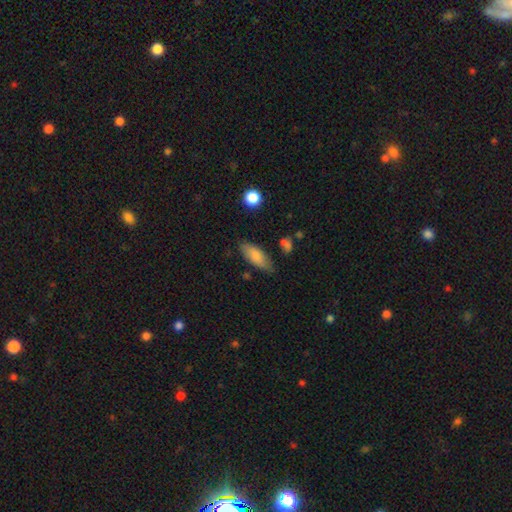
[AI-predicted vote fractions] A smooth galaxy with no disk features (79%) that is in between round and cigar-shaped (79%). Merging: none (72%).